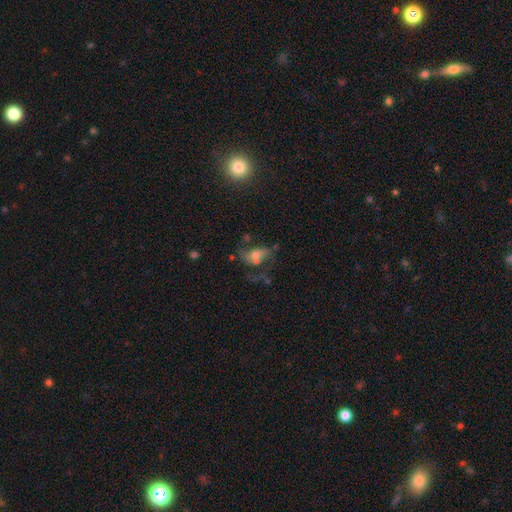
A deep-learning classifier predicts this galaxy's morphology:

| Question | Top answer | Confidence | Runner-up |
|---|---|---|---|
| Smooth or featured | featured or disk | 43% | smooth (39%) |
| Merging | merger | 31% | none (29%) |